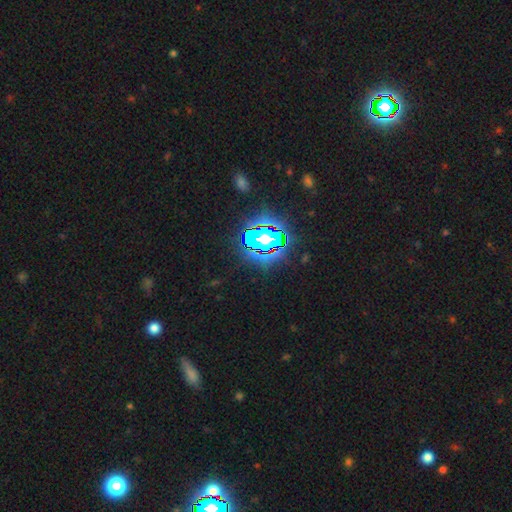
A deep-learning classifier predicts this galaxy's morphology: smooth_or_featured: star or artifact (p=0.82) [alt: smooth p=0.10]